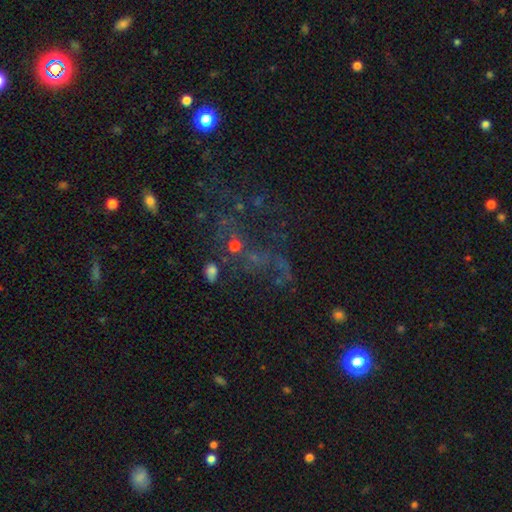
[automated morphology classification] star or artifact 47%, featured or disk 32%, smooth 21%.